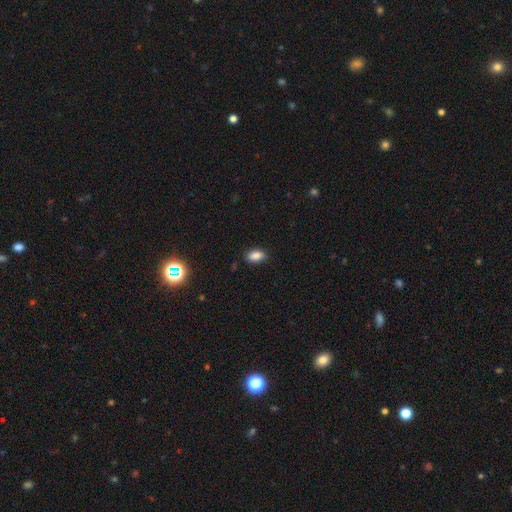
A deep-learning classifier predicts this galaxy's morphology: The model was most divided on "merging": none: 86%, minor disturbance: 11%, major disturbance: 2%, merger: 1%. More confident: how rounded — in between (89%); smooth or featured — smooth (86%).